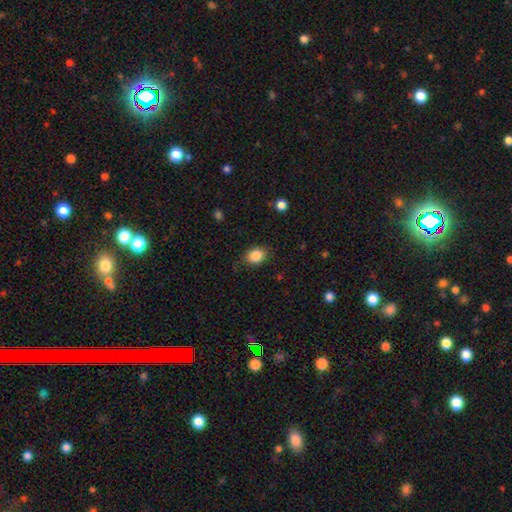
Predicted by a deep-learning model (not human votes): The model was most divided on "how rounded": in between: 61%, round: 38%, cigar-shaped: 1%. More confident: smooth or featured — smooth (86%); merging — none (80%).